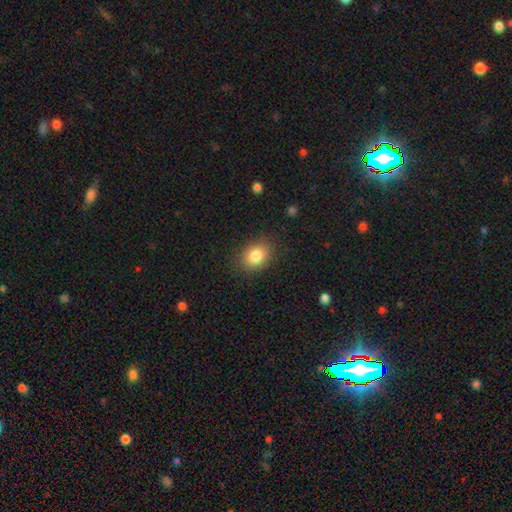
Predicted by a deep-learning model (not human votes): A smooth galaxy with no disk features (83%) that is in between round and cigar-shaped (60%). Merging: none (84%).